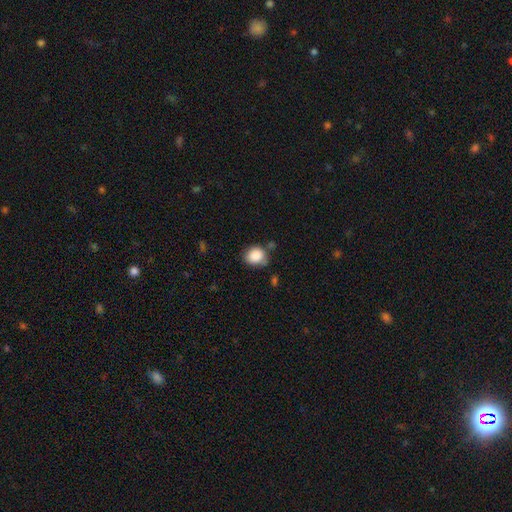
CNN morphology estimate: The model was most divided on "how rounded": round: 67%, in between: 32%, cigar-shaped: 1%. More confident: smooth or featured — smooth (87%); merging — none (65%).